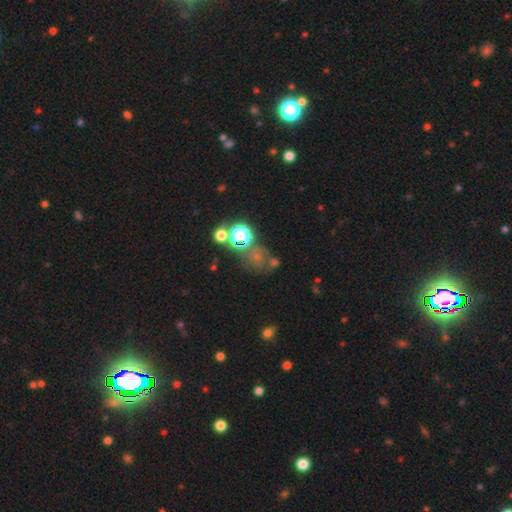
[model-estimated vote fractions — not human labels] Smooth or featured: star or artifact — 44% (smooth — 41%)